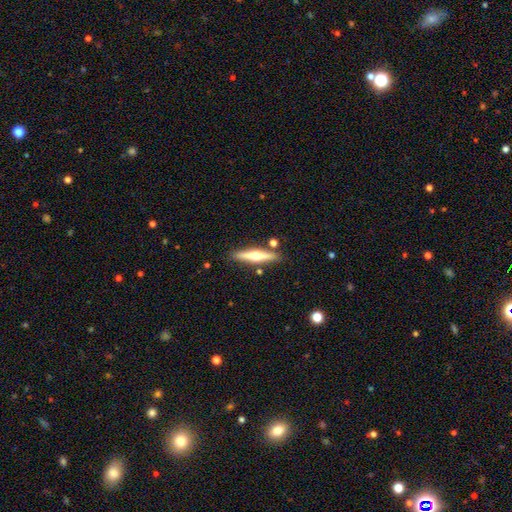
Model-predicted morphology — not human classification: Smooth or featured: featured or disk — 57% (smooth — 37%)
Edge-on disk: yes — 96% (no — 4%)
Edge-on bulge: rounded — 90% (none — 7%)
Merging: none — 84% (minor disturbance — 9%)